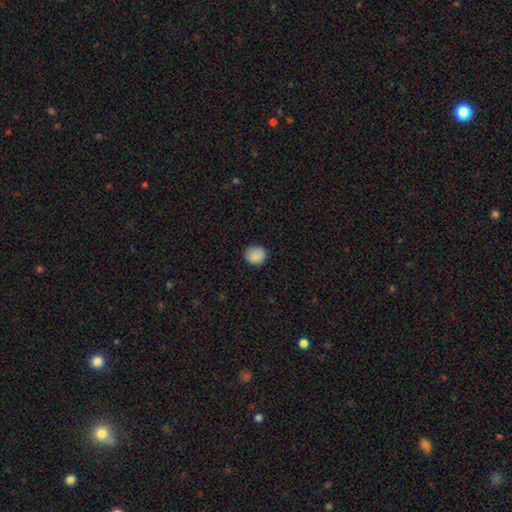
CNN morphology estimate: Smooth or featured? Predicted: smooth (p=0.88). How rounded? Predicted: round (p=0.87). Merging? Predicted: none (p=0.86).